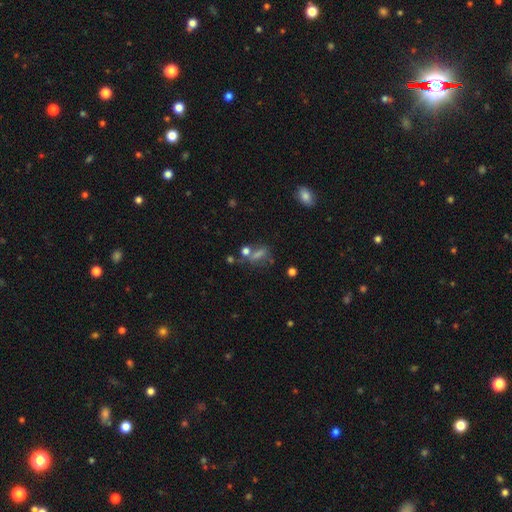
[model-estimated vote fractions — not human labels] This is possibly a smooth galaxy (48%). Merging: possibly none (54%).